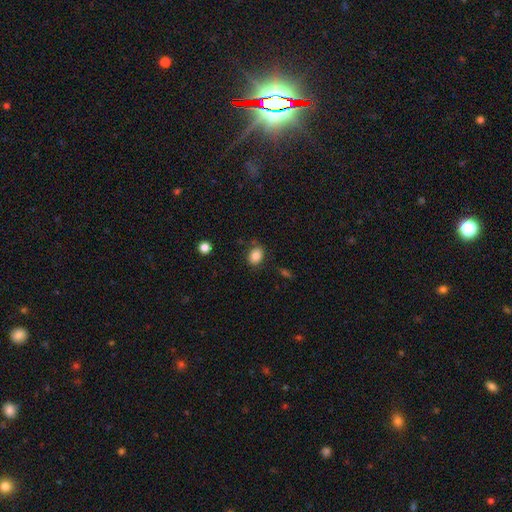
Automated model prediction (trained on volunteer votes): Q: Smooth or featured?
A: smooth (85%); runner-up: star or artifact (10%)
Q: How rounded?
A: in between (59%); runner-up: round (40%)
Q: Merging?
A: none (78%); runner-up: minor disturbance (15%)